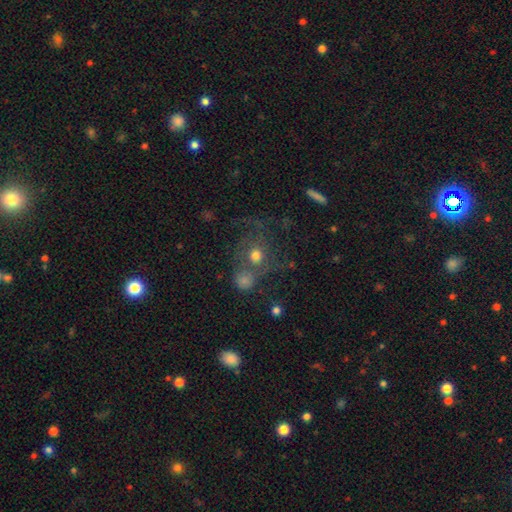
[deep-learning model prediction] Q: Smooth or featured?
A: smooth (54%); runner-up: featured or disk (30%)
Q: How rounded?
A: round (81%); runner-up: in between (18%)
Q: Merging?
A: none (43%); runner-up: merger (27%)